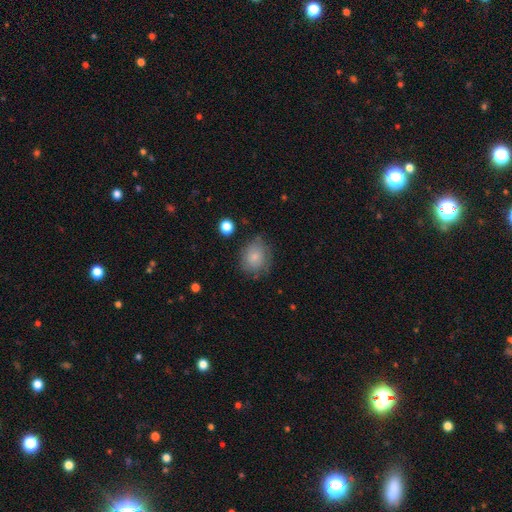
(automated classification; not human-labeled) Smooth or featured? Predicted: smooth (p=0.79). How rounded? Predicted: round (p=0.70). Merging? Predicted: none (p=0.68).